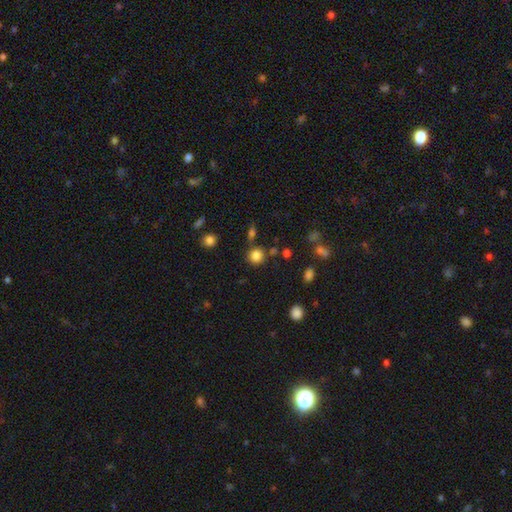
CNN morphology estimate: smooth 83%, star or artifact 12%, featured or disk 5%. Down the decision tree: how rounded — round (90%); merging — none (78%).